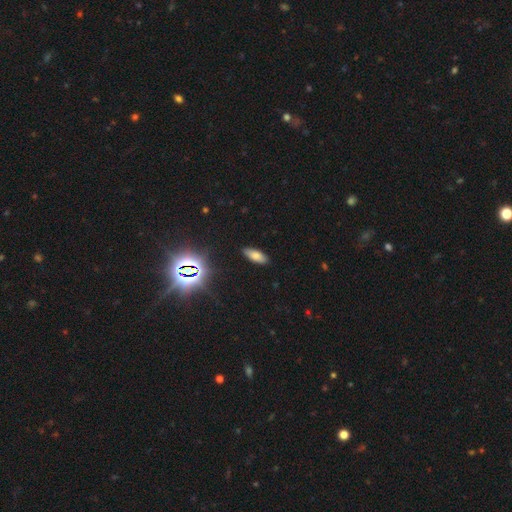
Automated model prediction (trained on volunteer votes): Q: Smooth or featured?
A: smooth (72%); runner-up: star or artifact (17%)
Q: How rounded?
A: in between (77%); runner-up: cigar-shaped (20%)
Q: Merging?
A: none (89%); runner-up: minor disturbance (8%)